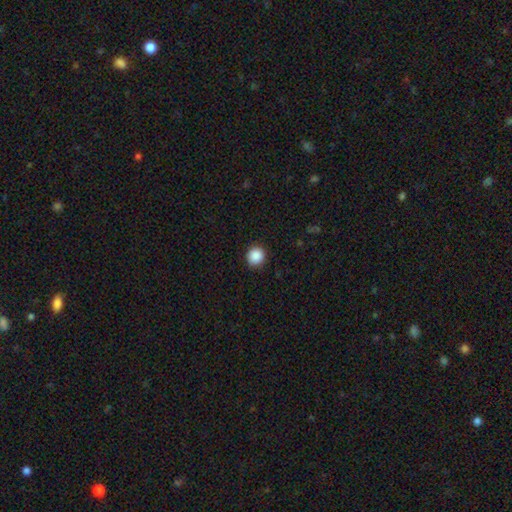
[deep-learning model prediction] Smooth or featured? smooth (89%)
How rounded? round (92%)
Merging? none (92%)